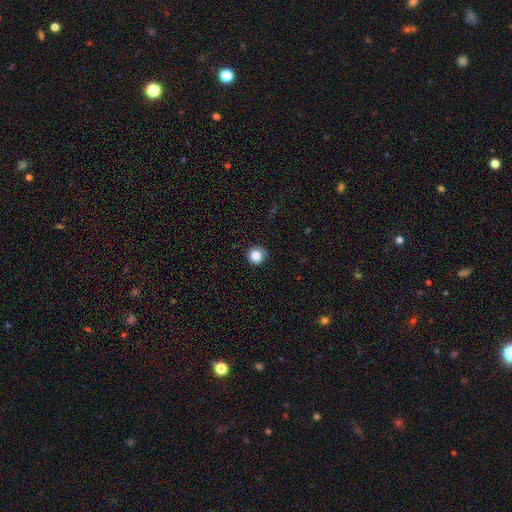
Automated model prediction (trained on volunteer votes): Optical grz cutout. It shows a smooth galaxy with no disk features (85%) that is round (94%). Merging: none (83%).